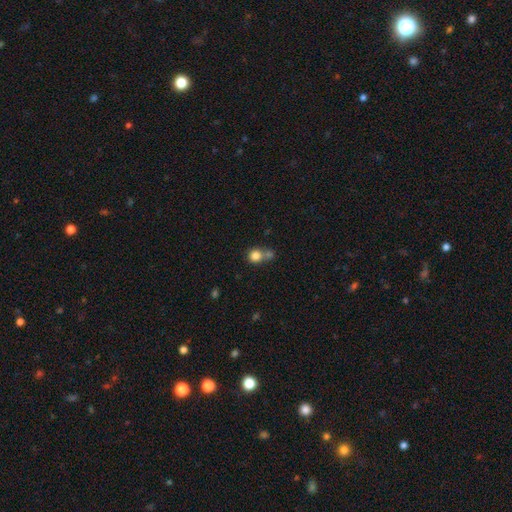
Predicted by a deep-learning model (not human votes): Smooth or featured? smooth (81%)
How rounded? round (84%)
Merging? none (45%)